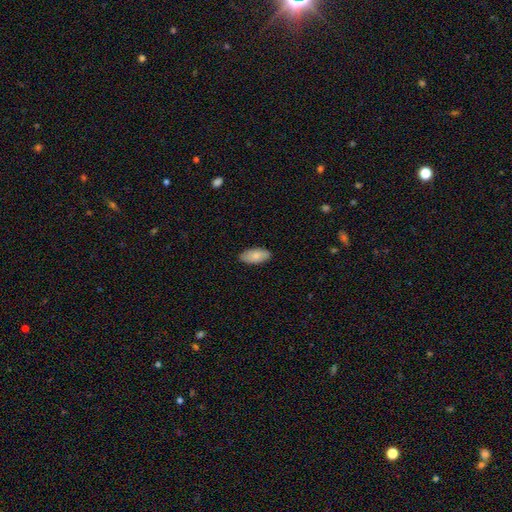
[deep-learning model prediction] Q: Smooth or featured?
A: smooth (83%); runner-up: featured or disk (11%)
Q: How rounded?
A: in between (91%); runner-up: cigar-shaped (7%)
Q: Merging?
A: none (87%); runner-up: minor disturbance (10%)